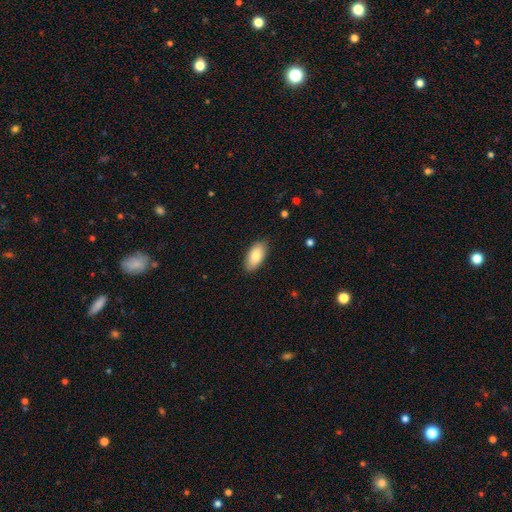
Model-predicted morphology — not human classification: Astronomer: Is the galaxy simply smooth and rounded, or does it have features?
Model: smooth — 82%.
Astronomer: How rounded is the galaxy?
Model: in between — 92%.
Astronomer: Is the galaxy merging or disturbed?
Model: none — 86%.